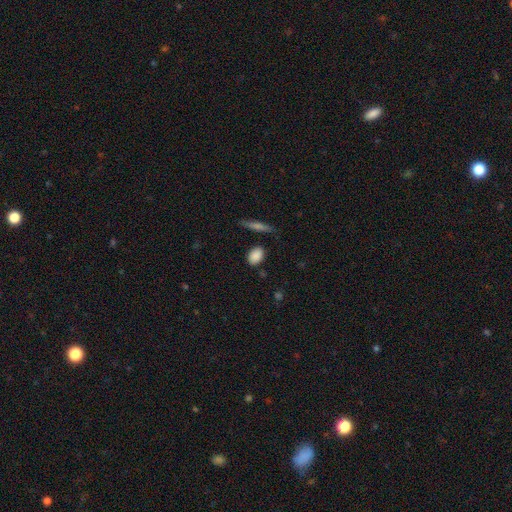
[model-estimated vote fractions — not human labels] Morphology: type=smooth (87%); roundness=in between (75%); merging=none (82%).